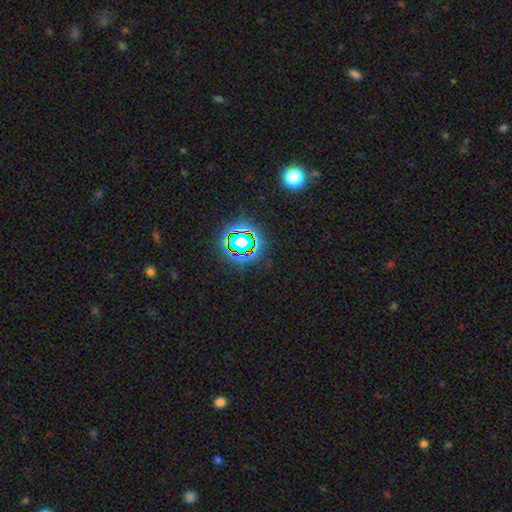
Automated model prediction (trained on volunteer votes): Smooth or featured? Predicted: star or artifact (p=0.76).